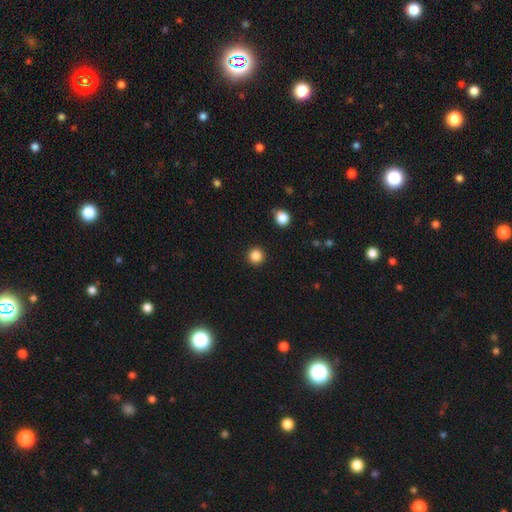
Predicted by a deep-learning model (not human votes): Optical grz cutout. It shows a smooth galaxy with no disk features (85%) that is round (95%). Merging: none (93%).